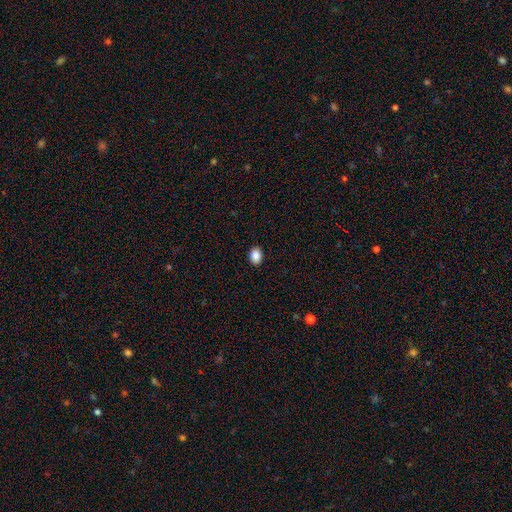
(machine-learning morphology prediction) The model was most divided on "how rounded": in between: 73%, round: 26%, cigar-shaped: 1%. More confident: merging — none (91%); smooth or featured — smooth (88%).